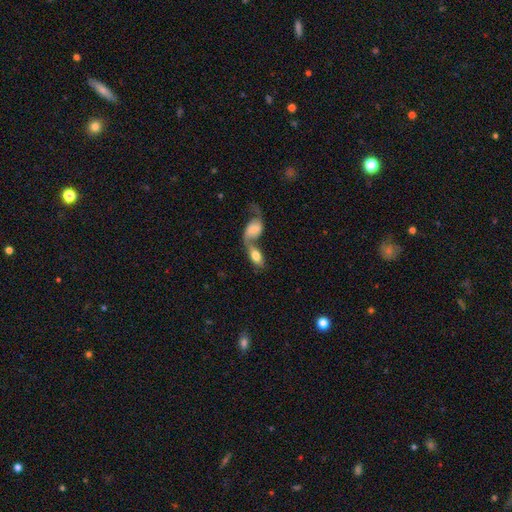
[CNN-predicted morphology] This is likely a smooth galaxy (61%). How rounded: clearly in between (88%). Merging: likely merger (67%).